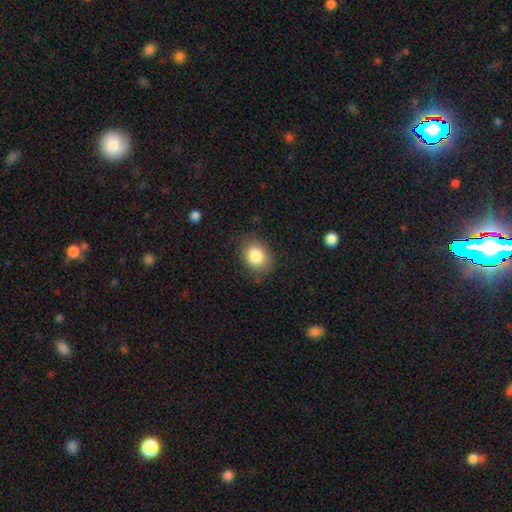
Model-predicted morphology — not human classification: Q: Smooth or featured?
A: smooth (85%); runner-up: star or artifact (8%)
Q: How rounded?
A: in between (51%); runner-up: round (49%)
Q: Merging?
A: none (77%); runner-up: minor disturbance (17%)